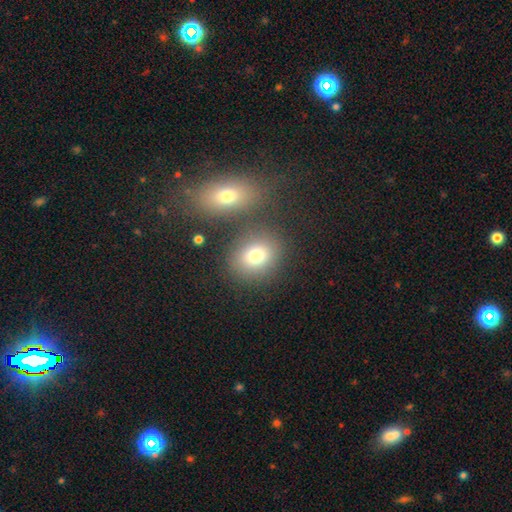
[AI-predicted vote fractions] Overall: smooth (77%). How rounded: round (61%; in between 37%). Merging: none (72%).